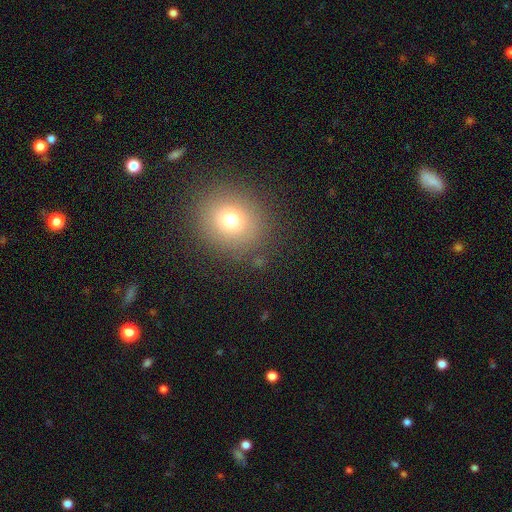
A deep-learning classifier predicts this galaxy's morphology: This appears to be a smooth galaxy with no disk features (70%) that is round (81%). Merging: none (89%).